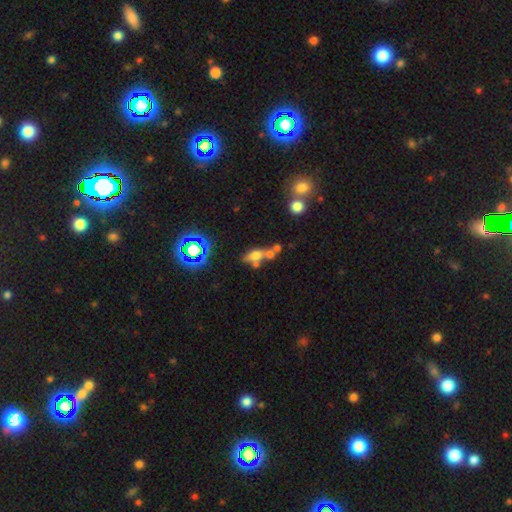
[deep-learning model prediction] A smooth galaxy with no disk features (50%) that is in between round and cigar-shaped (58%). Merging: merger (45%).